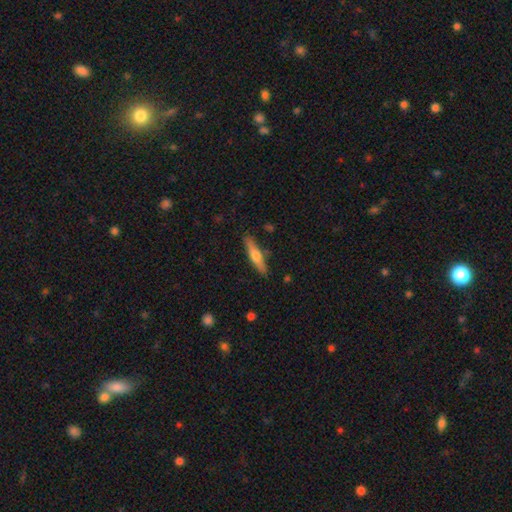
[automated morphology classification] A smooth galaxy with no disk features (49%).

Vote fractions:
- Smooth or featured? smooth: 49% / featured or disk: 45% / star or artifact: 6%
- Merging? none: 86% / minor disturbance: 10% / major disturbance: 2% / merger: 2%